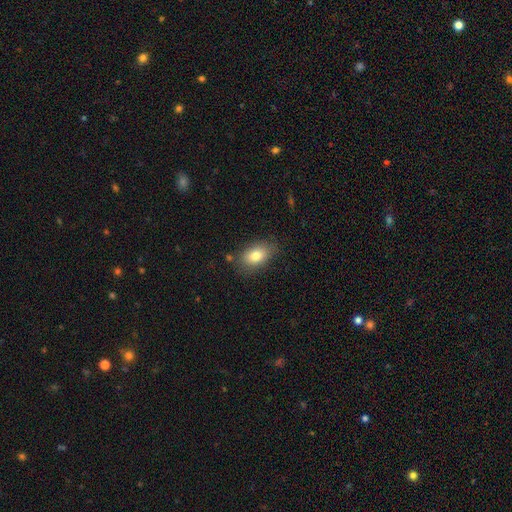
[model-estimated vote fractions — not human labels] Smooth or featured? Predicted: smooth (p=0.80). How rounded? Predicted: in between (p=0.86). Merging? Predicted: none (p=0.78).